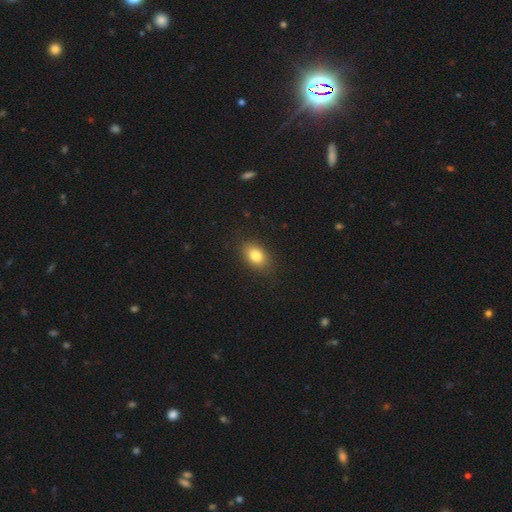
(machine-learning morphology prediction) smooth_or_featured: smooth (p=0.82) [alt: star or artifact p=0.09]
how_rounded: in between (p=0.81) [alt: round p=0.18]
merging: none (p=0.86) [alt: minor disturbance p=0.10]